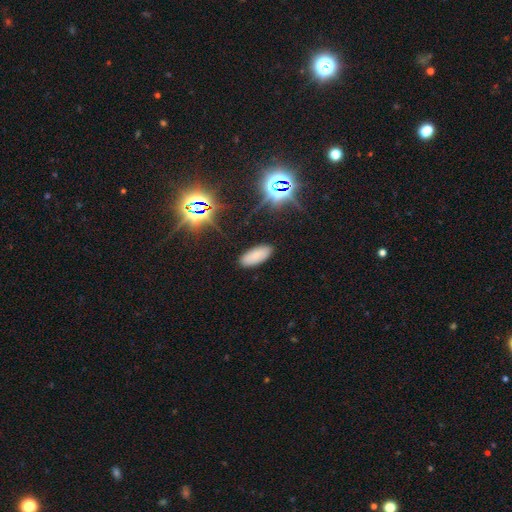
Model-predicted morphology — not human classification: Q: Smooth or featured?
A: smooth (71%); runner-up: star or artifact (18%)
Q: How rounded?
A: in between (87%); runner-up: cigar-shaped (11%)
Q: Merging?
A: none (87%); runner-up: minor disturbance (9%)